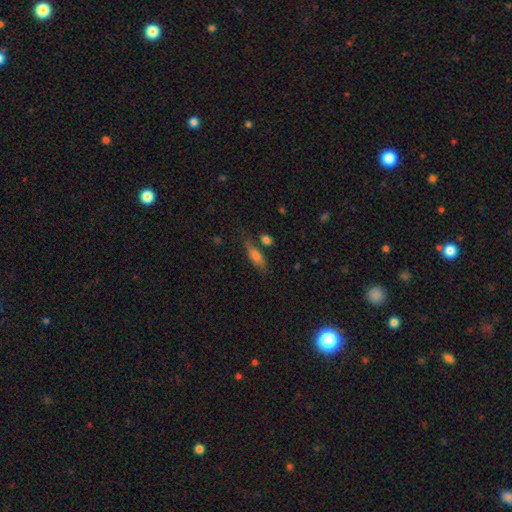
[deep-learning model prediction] smooth-or-featured: smooth: 72% | featured or disk: 19% | star or artifact: 9%
  how-rounded: in between: 54% | cigar-shaped: 42% | round: 3%
  merging: none: 65% | minor disturbance: 18% | merger: 10% | major disturbance: 6%